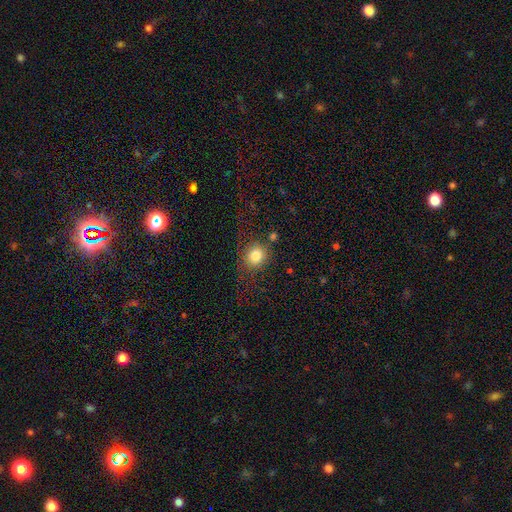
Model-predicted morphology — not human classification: smooth_or_featured: smooth (p=0.82) [alt: star or artifact p=0.11]
how_rounded: round (p=0.80) [alt: in between p=0.19]
merging: none (p=0.75) [alt: minor disturbance p=0.14]